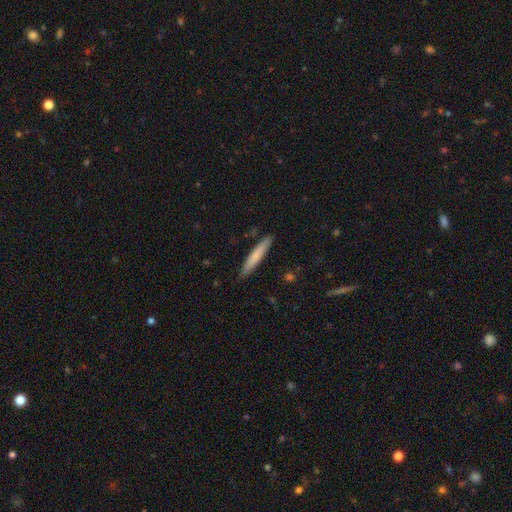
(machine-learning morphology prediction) This is likely a smooth galaxy (74%). How rounded: clearly cigar-shaped (94%). Merging: clearly none (88%).